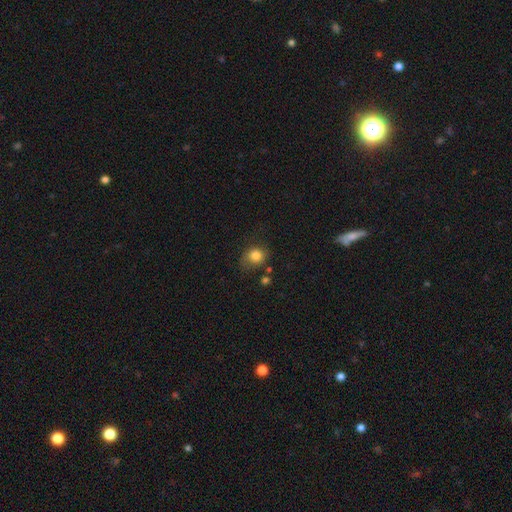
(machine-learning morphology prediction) smooth-or-featured: smooth: 80% | featured or disk: 10% | star or artifact: 10%
  how-rounded: round: 67% | in between: 32% | cigar-shaped: 1%
  merging: none: 62% | minor disturbance: 25% | major disturbance: 9% | merger: 4%